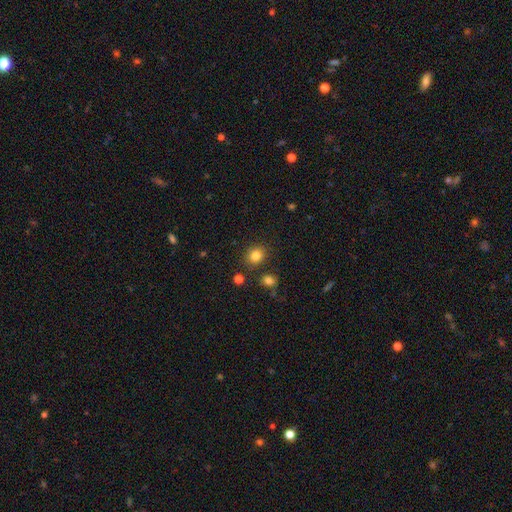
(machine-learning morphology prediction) A smooth galaxy with no disk features (83%) that is round (69%). Merging: none (81%).